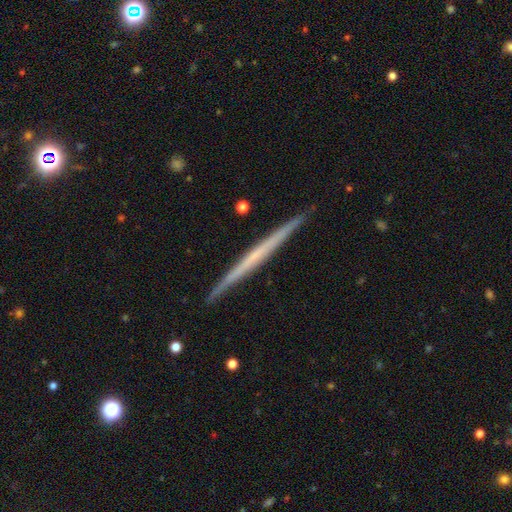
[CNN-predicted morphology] featured or disk 62%, smooth 33%, star or artifact 5%. Down the decision tree: edge-on disk — yes (98%); edge-on bulge — none (89%); merging — none (91%).